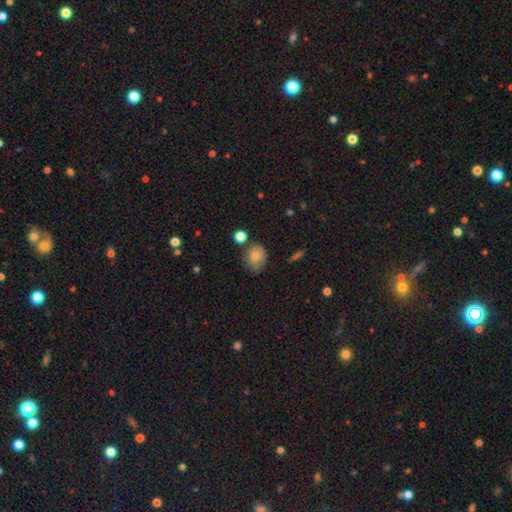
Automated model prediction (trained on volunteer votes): smooth-or-featured: smooth: 79% | featured or disk: 11% | star or artifact: 10%
  how-rounded: round: 55% | in between: 44% | cigar-shaped: 1%
  merging: none: 67% | minor disturbance: 22% | merger: 6% | major disturbance: 5%